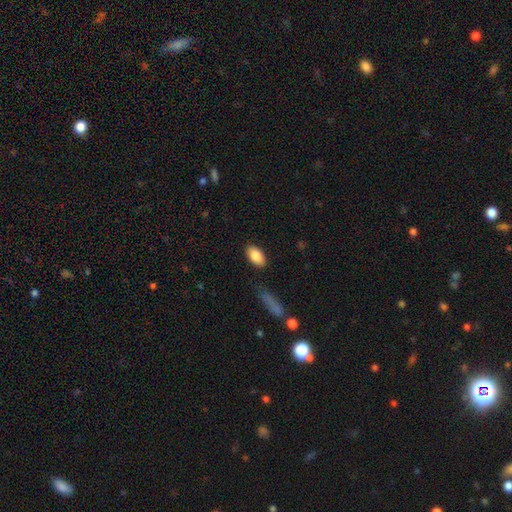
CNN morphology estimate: Smooth or featured: smooth — 86% (featured or disk — 8%)
How rounded: in between — 93% (round — 4%)
Merging: none — 85% (minor disturbance — 10%)